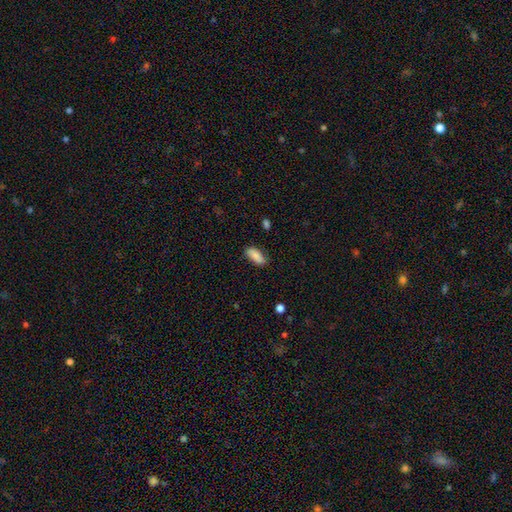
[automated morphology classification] The model was most divided on "merging": none: 79%, minor disturbance: 16%, major disturbance: 3%, merger: 2%. More confident: how rounded — in between (85%); smooth or featured — smooth (83%).